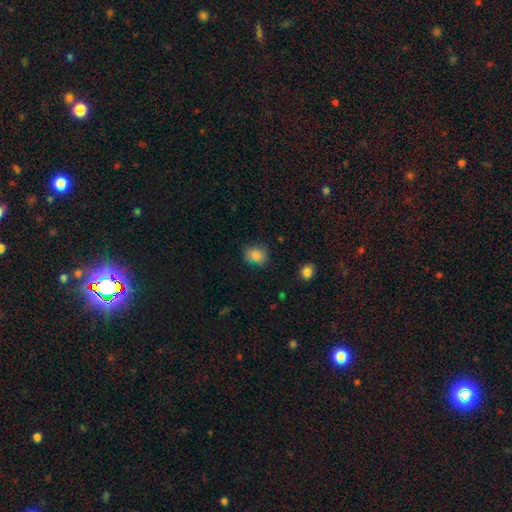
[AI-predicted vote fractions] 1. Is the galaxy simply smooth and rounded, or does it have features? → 84% smooth, 10% star or artifact, 6% featured or disk.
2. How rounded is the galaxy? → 55% round, 44% in between, 1% cigar-shaped.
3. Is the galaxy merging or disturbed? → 72% none, 21% minor disturbance, 5% major disturbance, 2% merger.